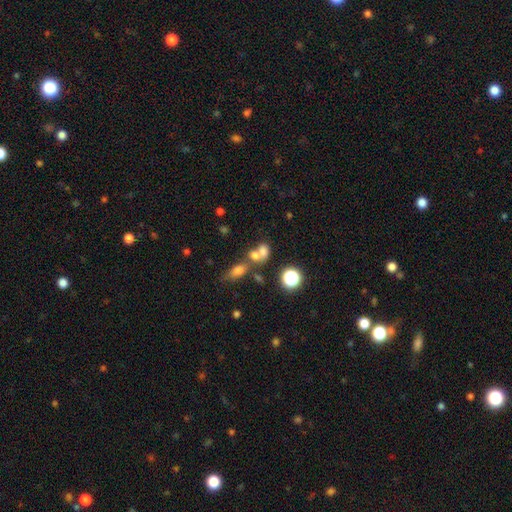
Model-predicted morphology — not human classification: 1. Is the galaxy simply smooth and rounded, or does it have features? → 68% smooth, 18% star or artifact, 14% featured or disk.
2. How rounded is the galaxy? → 58% in between, 38% round, 4% cigar-shaped.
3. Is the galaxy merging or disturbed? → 56% merger, 30% none, 8% minor disturbance, 6% major disturbance.